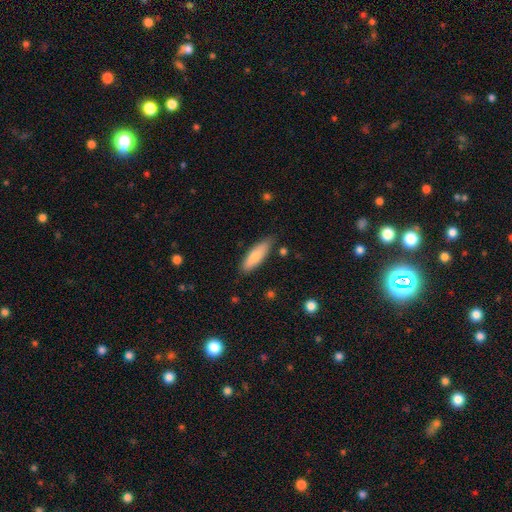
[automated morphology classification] type=smooth (78%); roundness=in between (51%); merging=none (80%).